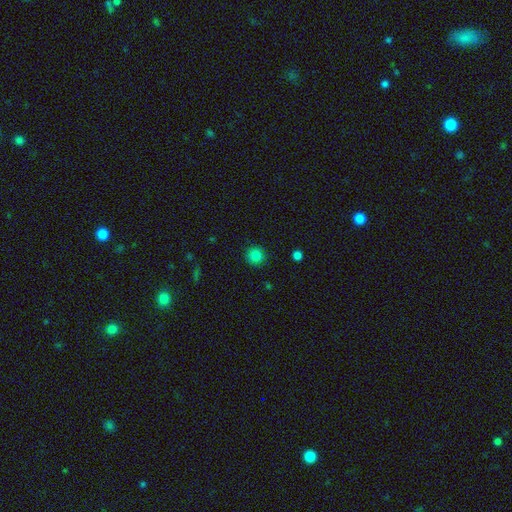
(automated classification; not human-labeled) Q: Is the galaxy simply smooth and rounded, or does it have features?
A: smooth — 84%.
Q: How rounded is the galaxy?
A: round — 94%.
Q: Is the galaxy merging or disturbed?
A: none — 91%.